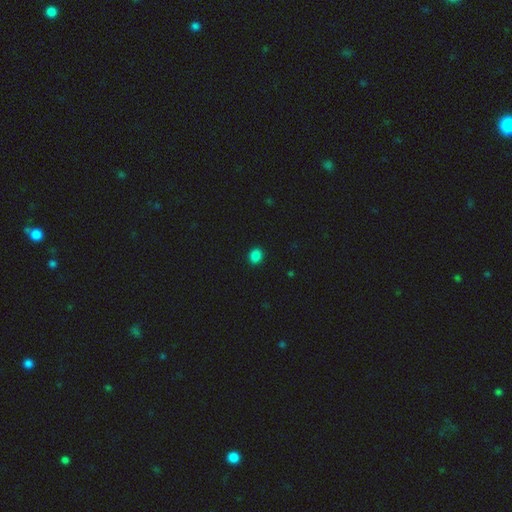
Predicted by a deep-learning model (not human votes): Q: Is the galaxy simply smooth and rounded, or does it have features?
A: smooth — 85%.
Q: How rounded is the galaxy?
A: round — 68%.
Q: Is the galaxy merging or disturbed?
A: none — 91%.